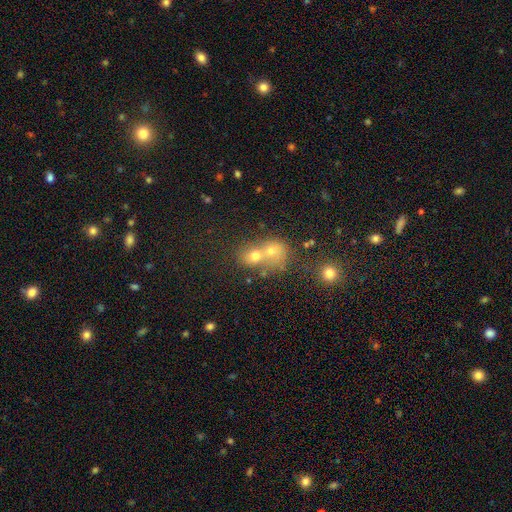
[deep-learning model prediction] smooth-or-featured: smooth: 55% | star or artifact: 27% | featured or disk: 18%
  how-rounded: round: 63% | in between: 35% | cigar-shaped: 2%
  merging: merger: 55% | none: 34% | minor disturbance: 7% | major disturbance: 5%